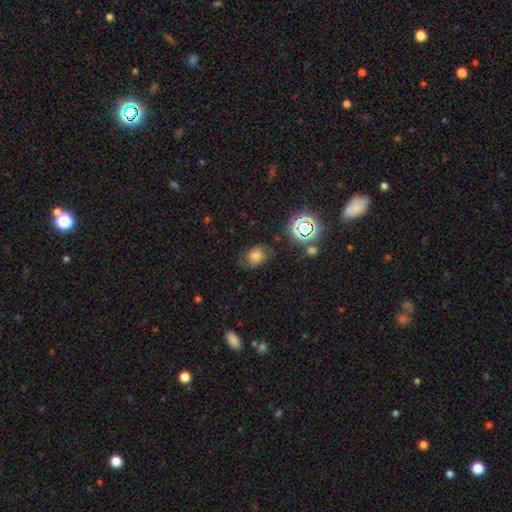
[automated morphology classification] type=smooth (55%); roundness=in between (61%); merging=none (60%).